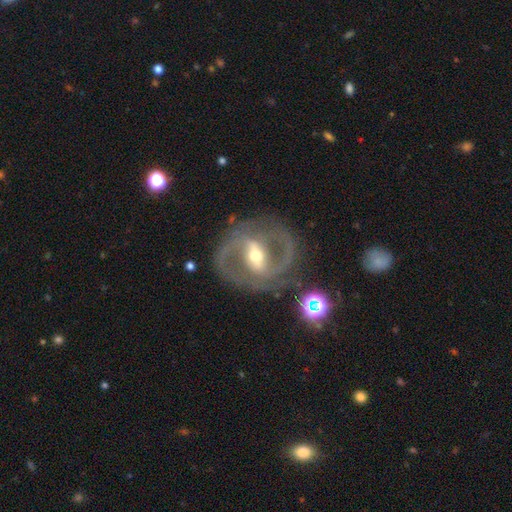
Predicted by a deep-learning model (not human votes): Smooth or featured?
  - featured or disk: 89% *
  - star or artifact: 6%
  - smooth: 5%
Edge-on disk?
  - no: 96% *
  - yes: 4%
Bar?
  - strong: 57% *
  - weak: 32%
  - no: 10%
Spiral arms?
  - yes: 95% *
  - no: 5%
Spiral winding?
  - medium: 58% *
  - tight: 26%
  - loose: 15%
Spiral arm count?
  - 2: 90% *
  - can't tell: 3%
  - 3: 3%
  - 1: 2%
  - 4: 1%
  - more than 4: 1%
Bulge size?
  - moderate: 62% *
  - small: 31%
  - large: 5%
  - none: 1%
  - dominant: 1%
Merging?
  - none: 78% *
  - minor disturbance: 13%
  - major disturbance: 7%
  - merger: 2%